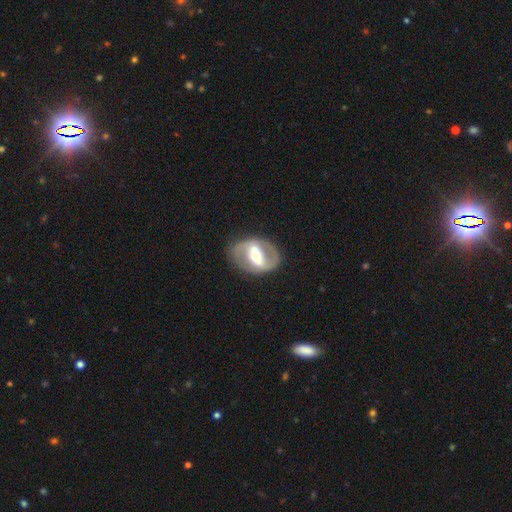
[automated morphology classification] The model was most divided on "spiral winding": medium: 48%, tight: 28%, loose: 24%. More confident: edge-on disk — no (95%); spiral arm count — 2 (87%); merging — none (81%); smooth or featured — featured or disk (80%); spiral arms — yes (74%); bar — strong (61%); bulge size — moderate (58%).